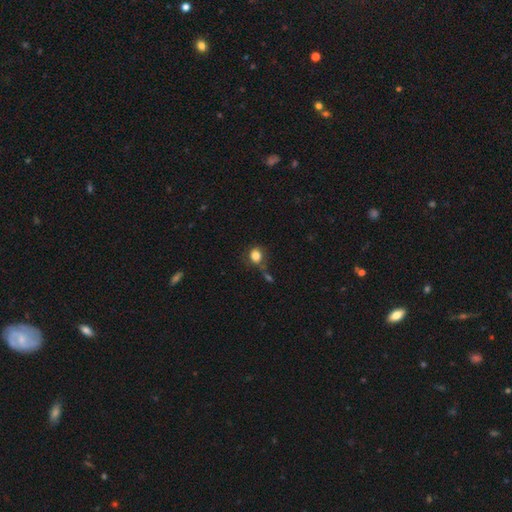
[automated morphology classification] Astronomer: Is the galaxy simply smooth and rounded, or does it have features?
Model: smooth — 82%.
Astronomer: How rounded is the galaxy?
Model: round — 64%.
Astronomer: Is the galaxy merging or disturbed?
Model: none — 56%.